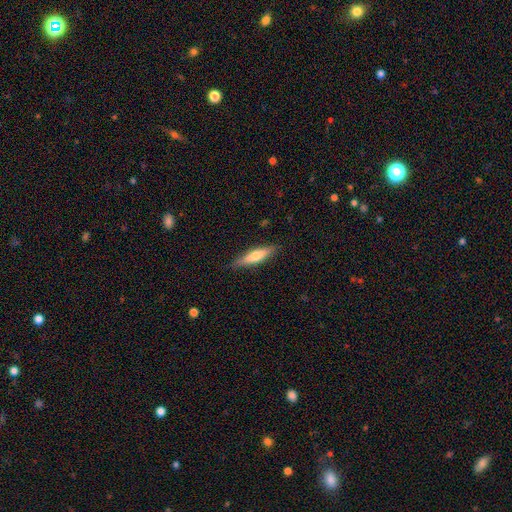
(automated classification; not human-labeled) Smooth or featured?
  - smooth: 57% *
  - featured or disk: 37%
  - star or artifact: 6%
How rounded?
  - cigar-shaped: 80% *
  - in between: 18%
  - round: 2%
Merging?
  - none: 88% *
  - minor disturbance: 9%
  - major disturbance: 2%
  - merger: 1%